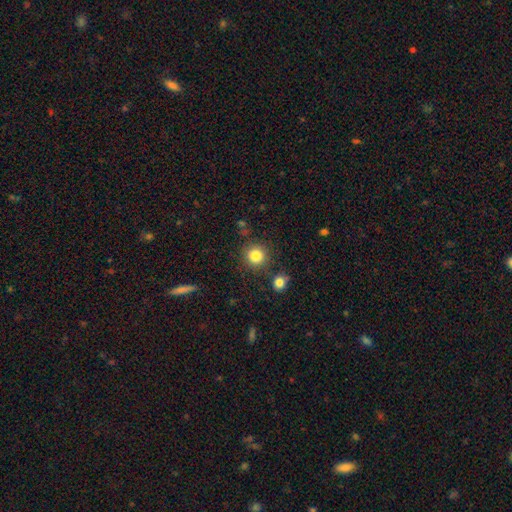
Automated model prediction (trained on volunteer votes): Morphology: type=smooth (84%); roundness=round (93%); merging=none (84%).